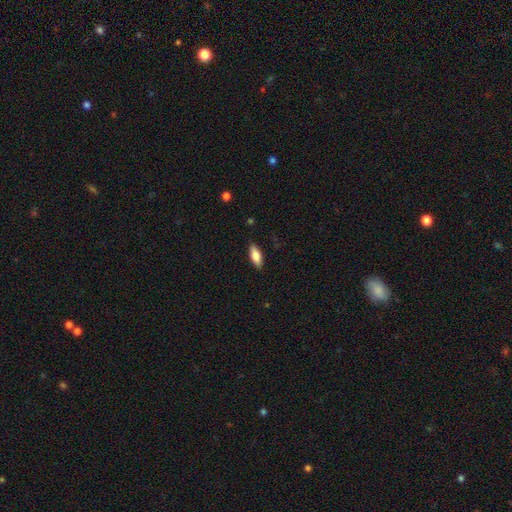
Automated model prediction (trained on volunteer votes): A smooth galaxy with no disk features (78%) that is in between round and cigar-shaped (73%). Merging: none (88%).